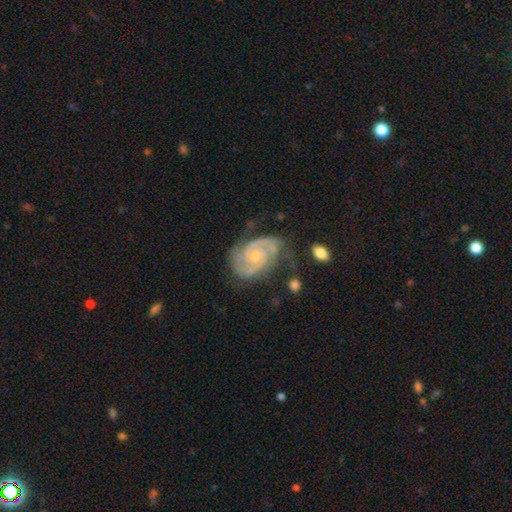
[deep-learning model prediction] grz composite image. It shows a featured or disk galaxy (91%) with no bar (64%), 2 (73%) tight (61%) spiral arms (98%) and a small central bulge (61%). Merging: none (65%).